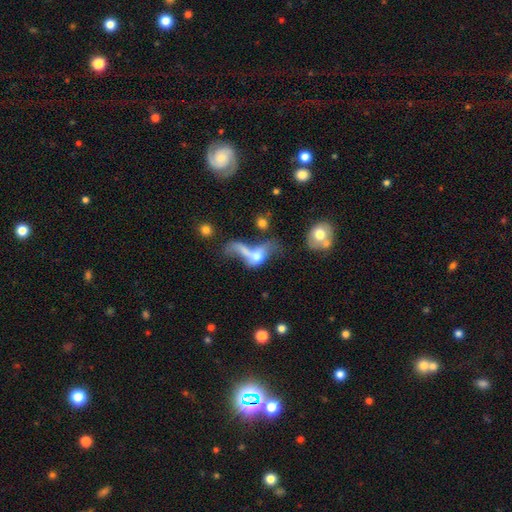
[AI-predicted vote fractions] A smooth galaxy with no disk features (49%). Merging: merger (60%).